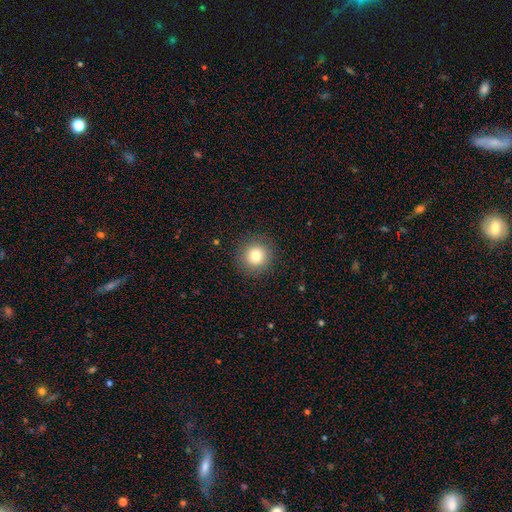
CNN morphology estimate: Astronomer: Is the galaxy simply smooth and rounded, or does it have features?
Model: smooth — 80%.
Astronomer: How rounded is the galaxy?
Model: round — 94%.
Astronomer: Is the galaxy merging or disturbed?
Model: none — 90%.